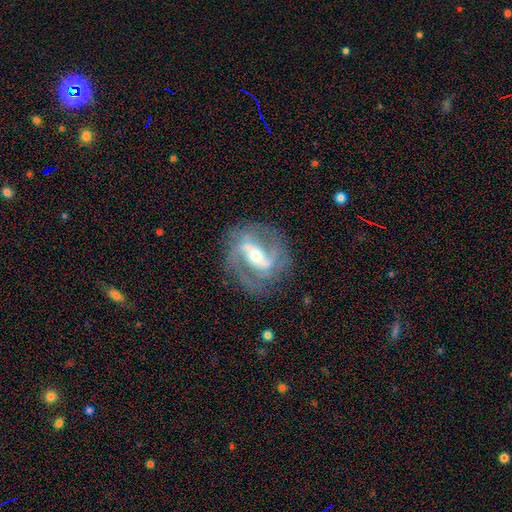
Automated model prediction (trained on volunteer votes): smooth-or-featured: featured or disk: 87% | smooth: 7% | star or artifact: 6%
  disk-edge-on: no: 95% | yes: 5%
    bar: strong: 52% | weak: 31% | no: 17%
    has-spiral-arms: yes: 94% | no: 6%
      spiral-winding: medium: 49% | tight: 28% | loose: 23%
      spiral-arm-count: 2: 75% | 3: 10% | can't tell: 9% | 1: 3% | 4: 2% | more than 4: 2%
    bulge-size: moderate: 55% | small: 39% | large: 4% | dominant: 1% | none: 1%
  merging: none: 76% | minor disturbance: 15% | major disturbance: 8% | merger: 2%